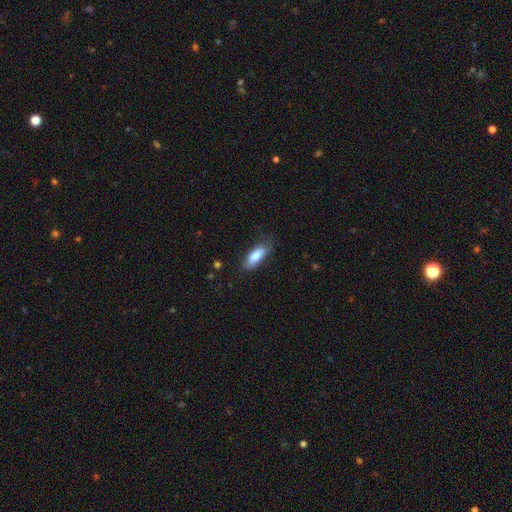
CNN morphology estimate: Smooth or featured: smooth — 81% (featured or disk — 13%)
How rounded: in between — 67% (cigar-shaped — 31%)
Merging: none — 71% (minor disturbance — 21%)